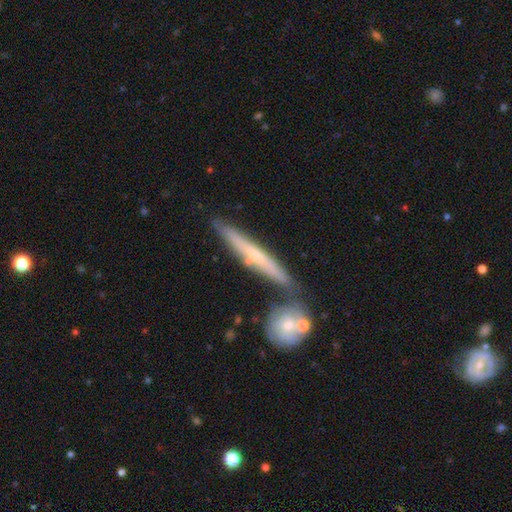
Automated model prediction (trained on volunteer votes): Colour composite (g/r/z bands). It shows a featured or disk galaxy (57%) viewed edge-on (90%) with no central bulge (54%). Merging: none (74%).